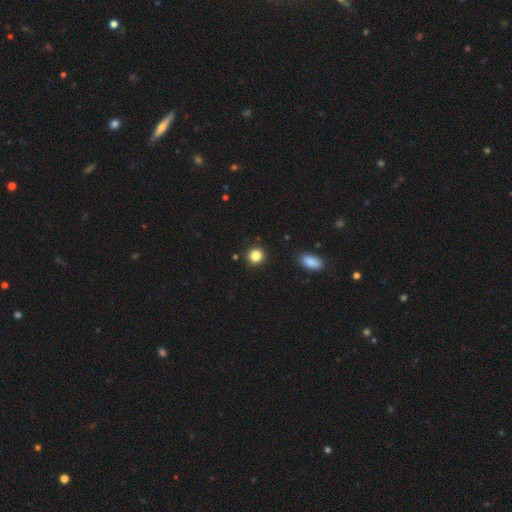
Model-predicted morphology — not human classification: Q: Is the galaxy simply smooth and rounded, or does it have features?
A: smooth — 84%.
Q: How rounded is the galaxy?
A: round — 89%.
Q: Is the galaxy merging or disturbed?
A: none — 91%.